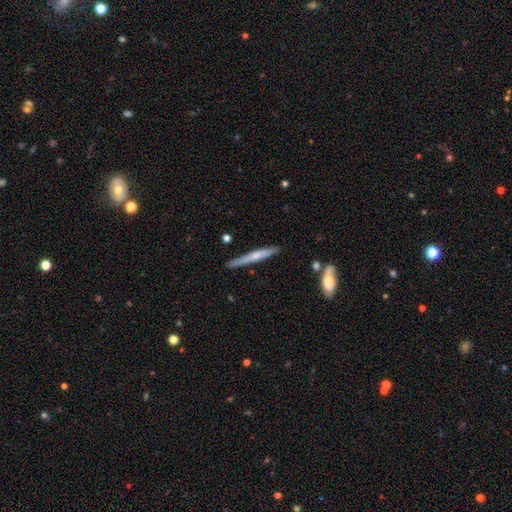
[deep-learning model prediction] A featured or disk galaxy (48%).

Vote fractions:
- Smooth or featured? featured or disk: 48% / smooth: 47% / star or artifact: 5%
- Merging? none: 84% / minor disturbance: 11% / merger: 3% / major disturbance: 2%